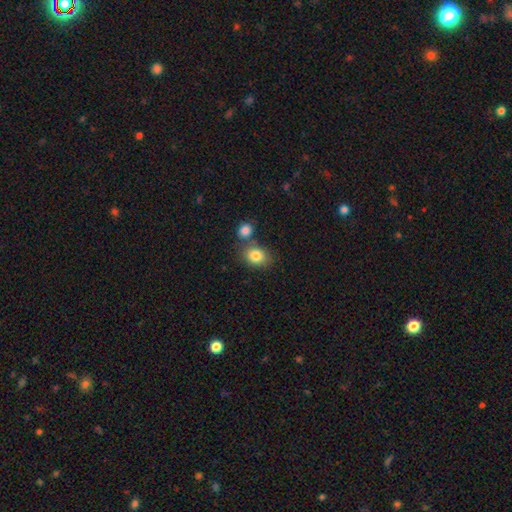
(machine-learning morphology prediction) Smooth or featured: smooth — 83% (star or artifact — 9%)
How rounded: in between — 54% (round — 45%)
Merging: none — 58% (merger — 25%)